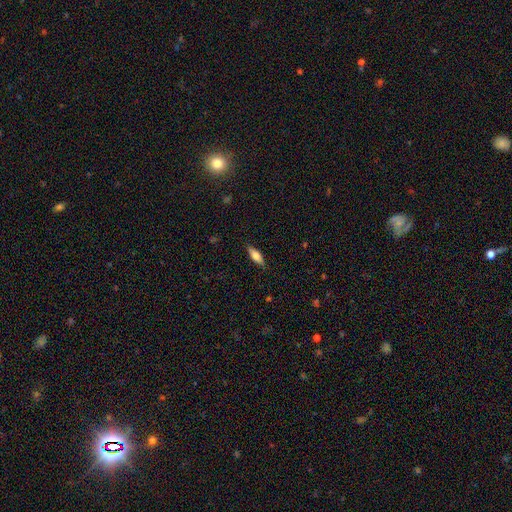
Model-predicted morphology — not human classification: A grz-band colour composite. It shows a smooth galaxy with no disk features (66%) that is in between round and cigar-shaped (57%). Merging: none (86%).